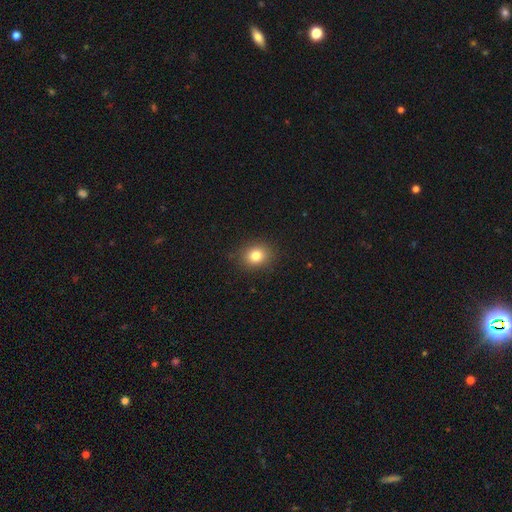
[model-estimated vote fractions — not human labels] The model was most divided on "how rounded": round: 66%, in between: 33%, cigar-shaped: 1%. More confident: merging — none (88%); smooth or featured — smooth (80%).